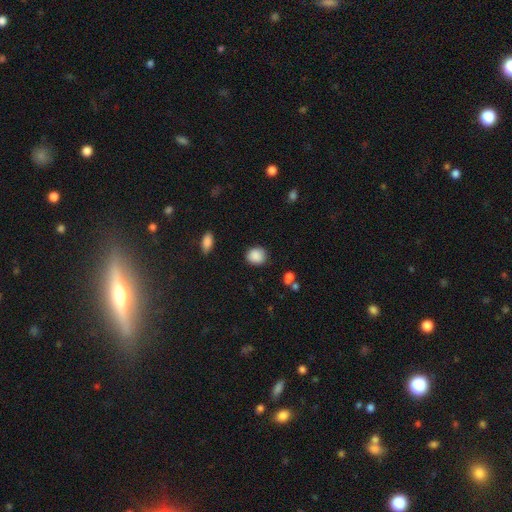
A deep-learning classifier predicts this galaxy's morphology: A smooth galaxy with no disk features (88%) that is round (75%).

Vote fractions:
- Smooth or featured? smooth: 88% / star or artifact: 8% / featured or disk: 3%
- How rounded? round: 75% / in between: 24% / cigar-shaped: 1%
- Merging? none: 84% / minor disturbance: 11% / major disturbance: 3% / merger: 2%